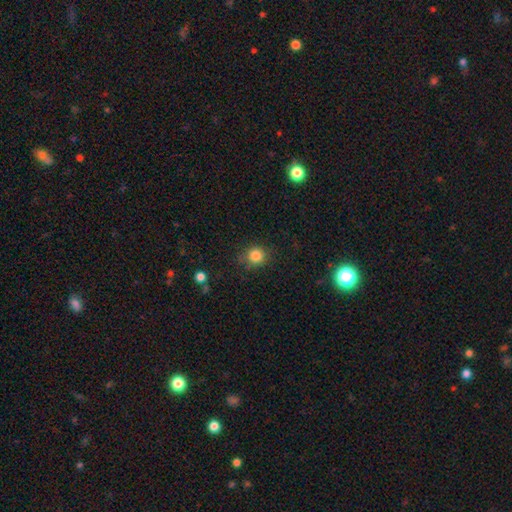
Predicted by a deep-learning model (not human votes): A smooth galaxy with no disk features (83%) that is round (86%). Merging: none (79%).